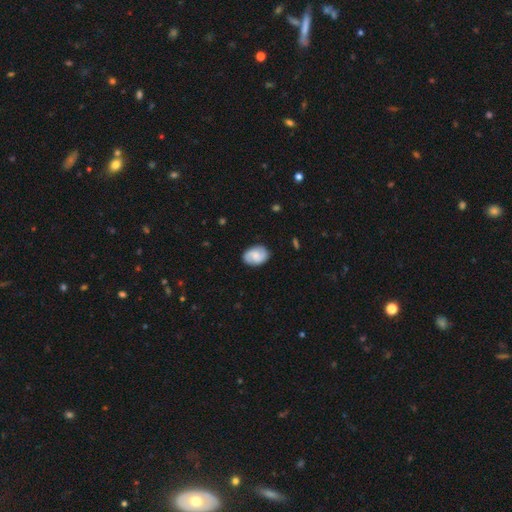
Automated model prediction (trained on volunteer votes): Smooth or featured?
  - featured or disk: 48% *
  - smooth: 45%
  - star or artifact: 7%
Merging?
  - none: 84% *
  - minor disturbance: 12%
  - major disturbance: 3%
  - merger: 1%